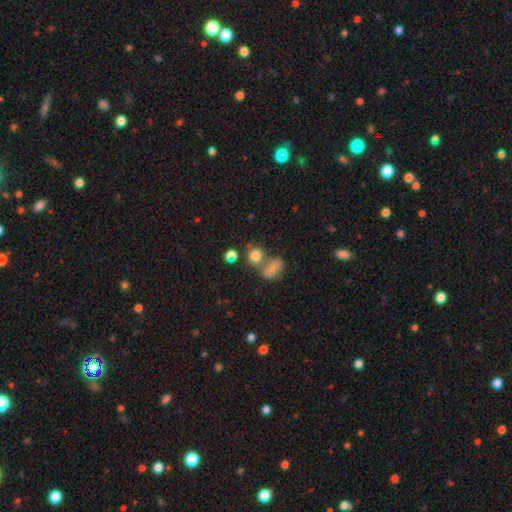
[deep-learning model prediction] Smooth or featured: smooth — 76% (star or artifact — 14%)
How rounded: round — 71% (in between — 28%)
Merging: none — 45% (merger — 40%)